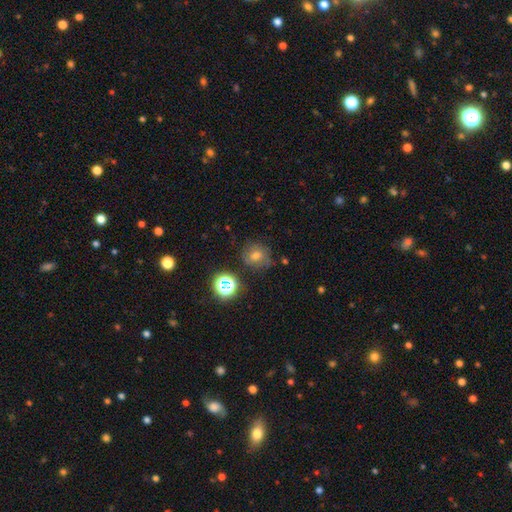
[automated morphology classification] smooth 57%, star or artifact 26%, featured or disk 17%. Down the decision tree: how rounded — round (83%); merging — none (76%).